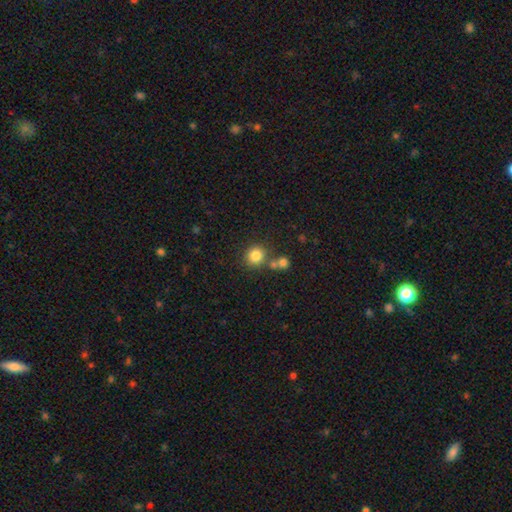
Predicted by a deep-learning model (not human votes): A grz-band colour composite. It shows a smooth galaxy with no disk features (82%) that is round (88%). Merging: none (71%).